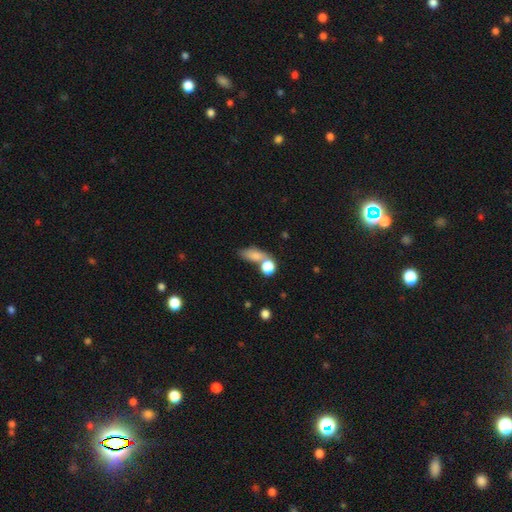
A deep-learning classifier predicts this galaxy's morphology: Smooth or featured? Predicted: smooth (p=0.78). How rounded? Predicted: in between (p=0.68). Merging? Predicted: none (p=0.45).